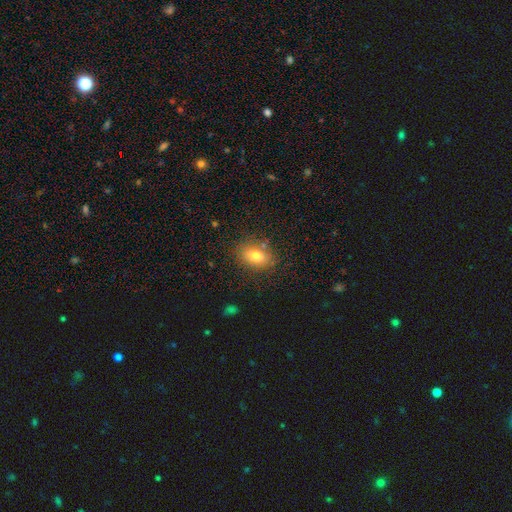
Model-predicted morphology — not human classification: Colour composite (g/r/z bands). It shows a smooth galaxy with no disk features (79%) that is in between round and cigar-shaped (77%). Merging: none (80%).